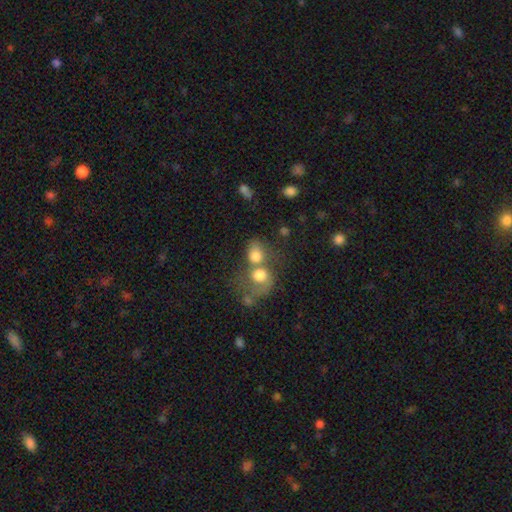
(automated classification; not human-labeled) Smooth or featured?
  - smooth: 71% *
  - featured or disk: 19%
  - star or artifact: 11%
How rounded?
  - round: 53% *
  - in between: 46%
  - cigar-shaped: 1%
Merging?
  - merger: 62% *
  - none: 19%
  - major disturbance: 11%
  - minor disturbance: 8%